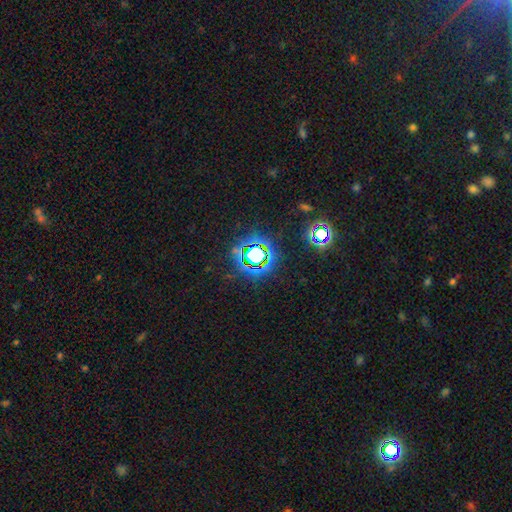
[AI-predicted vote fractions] Q: Smooth or featured?
A: star or artifact (74%); runner-up: smooth (16%)